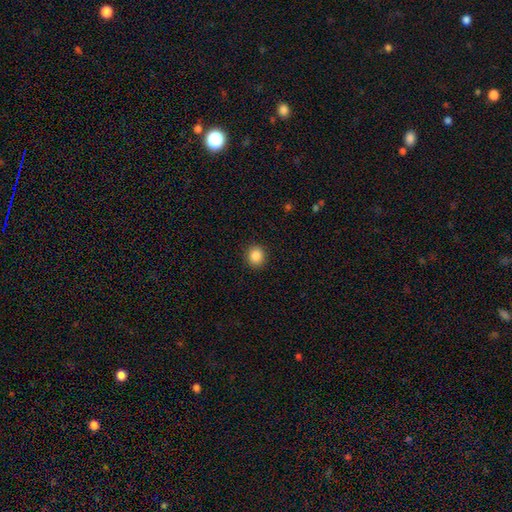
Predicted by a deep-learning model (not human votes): Smooth or featured? Predicted: smooth (p=0.87). How rounded? Predicted: round (p=0.85). Merging? Predicted: none (p=0.91).